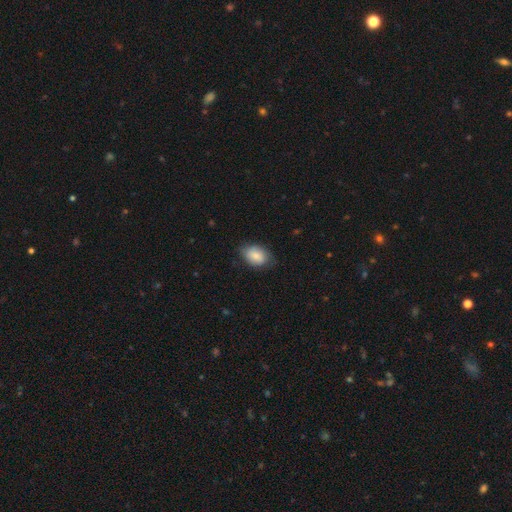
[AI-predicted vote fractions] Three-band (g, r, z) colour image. It shows a smooth galaxy with no disk features (81%) that is in between round and cigar-shaped (82%). Merging: none (74%).